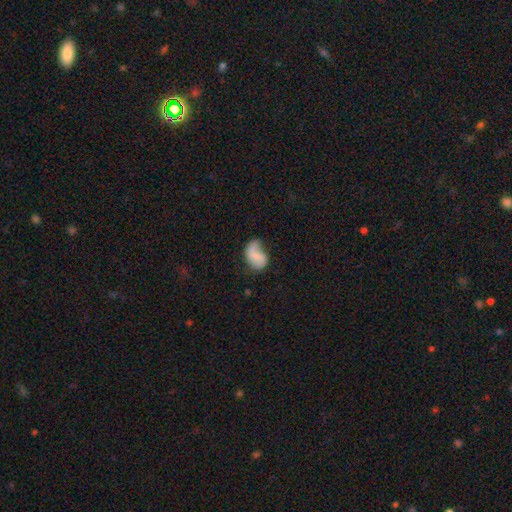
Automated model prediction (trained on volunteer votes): Smooth or featured: smooth — 54% (featured or disk — 38%)
How rounded: in between — 79% (round — 20%)
Merging: none — 35% (minor disturbance — 33%)